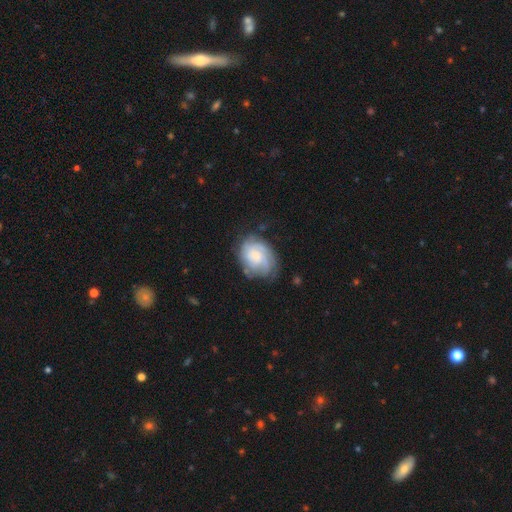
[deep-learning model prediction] This is likely a featured or disk galaxy (70%). It is clearly not viewed edge-on (98%). Bar: likely no (67%). Spiral arm pattern: clearly yes (91%). Spiral arm count: marginally can't tell (38%). Spiral winding: possibly tight (58%). Central bulge: marginally small (38%). Merging: likely none (62%).